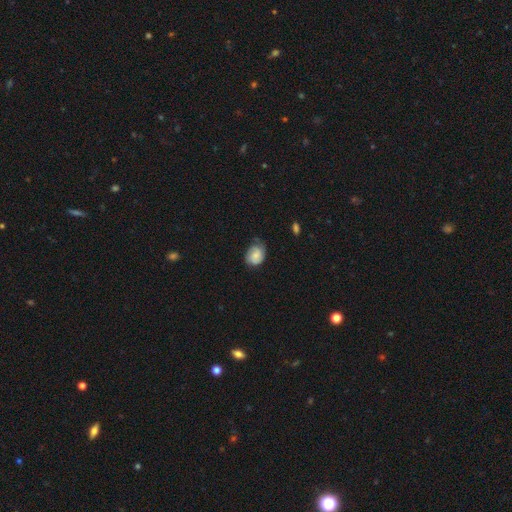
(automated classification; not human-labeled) smooth 57%, featured or disk 35%, star or artifact 8%. Down the decision tree: how rounded — in between (57%); merging — none (54%).